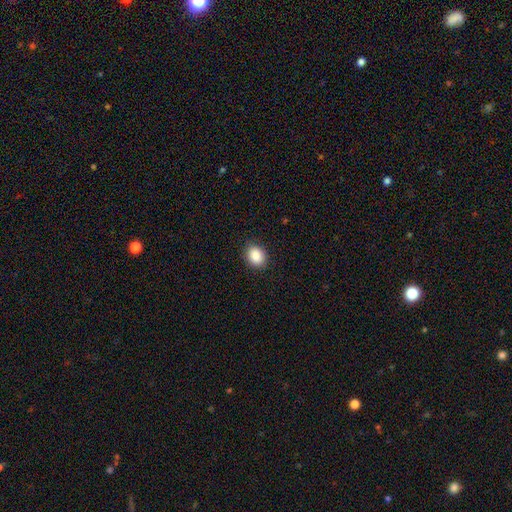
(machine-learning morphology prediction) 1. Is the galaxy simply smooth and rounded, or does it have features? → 89% smooth, 8% star or artifact, 3% featured or disk.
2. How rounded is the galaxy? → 53% in between, 46% round, 1% cigar-shaped.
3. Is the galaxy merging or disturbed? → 89% none, 8% minor disturbance, 2% major disturbance, 1% merger.